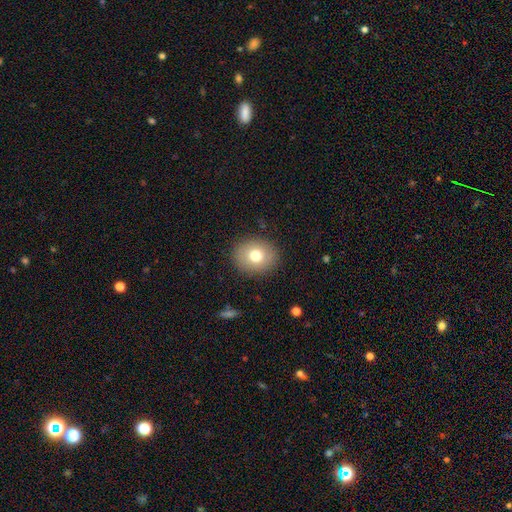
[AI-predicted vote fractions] This is likely a smooth galaxy (76%). How rounded: likely round (66%). Merging: clearly none (88%).